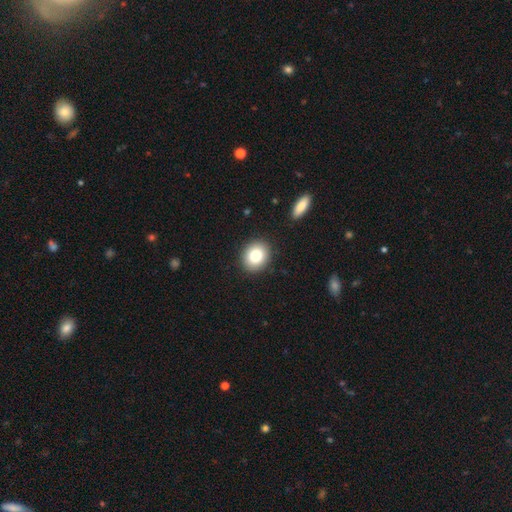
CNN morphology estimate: Overall: smooth (83%). How rounded: round (67%; in between 32%). Merging: none (89%).